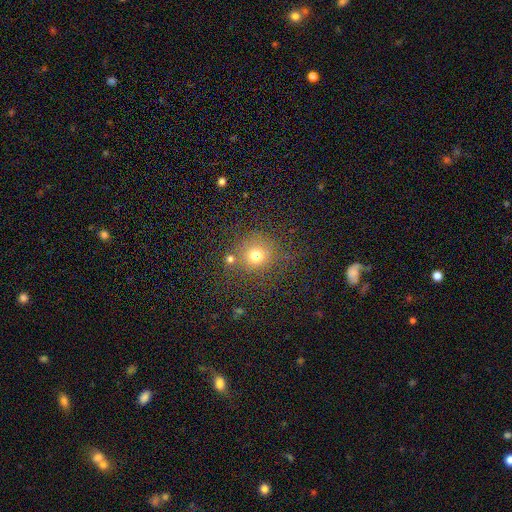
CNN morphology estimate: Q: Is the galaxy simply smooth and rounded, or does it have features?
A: smooth — 71%.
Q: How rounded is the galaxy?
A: round — 89%.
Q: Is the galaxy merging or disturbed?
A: none — 71%.